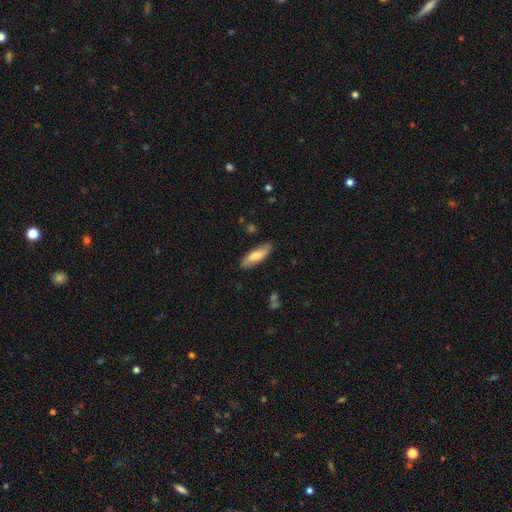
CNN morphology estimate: Overall: smooth (64%; featured or disk 30%). How rounded: in between (51%; cigar-shaped 47%). Merging: none (82%).